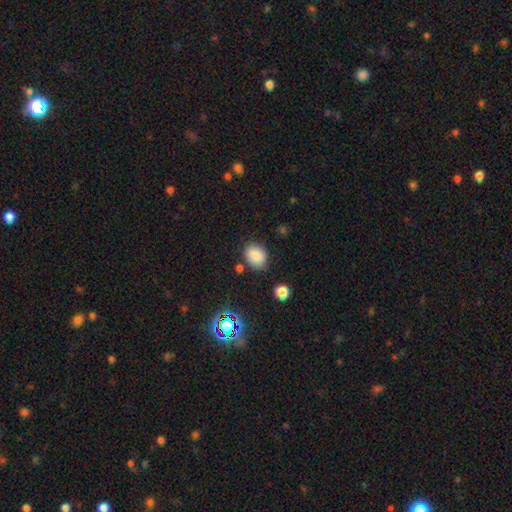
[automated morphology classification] Smooth or featured? smooth (82%)
How rounded? in between (65%)
Merging? none (77%)